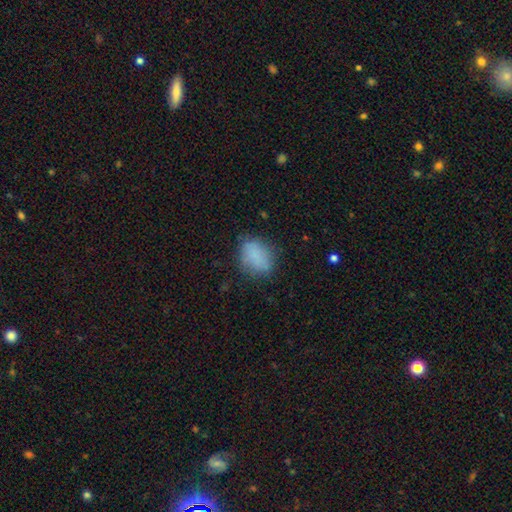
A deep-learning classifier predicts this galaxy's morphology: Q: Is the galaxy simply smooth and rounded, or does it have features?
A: smooth — 82%.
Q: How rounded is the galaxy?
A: in between — 60%.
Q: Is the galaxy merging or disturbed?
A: none — 69%.